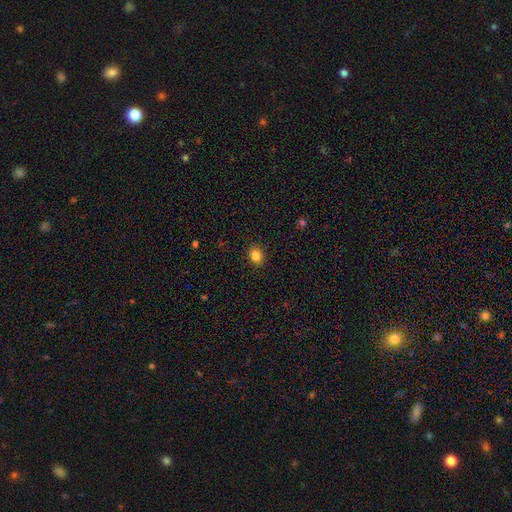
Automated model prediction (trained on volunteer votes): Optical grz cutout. It shows a smooth galaxy with no disk features (84%) that is round (58%). Merging: none (90%).